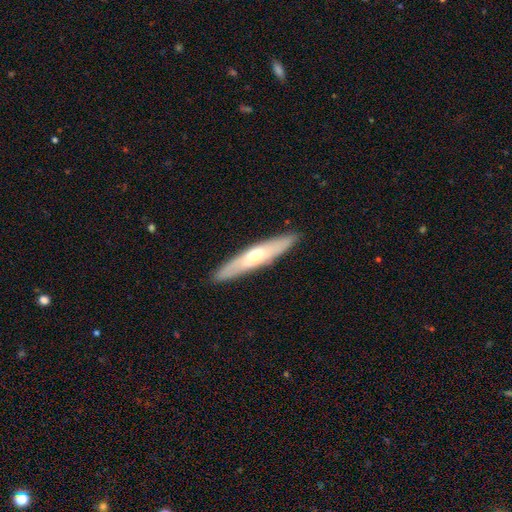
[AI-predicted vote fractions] Overall: featured or disk (50%; smooth 45%). Merging: none (90%).